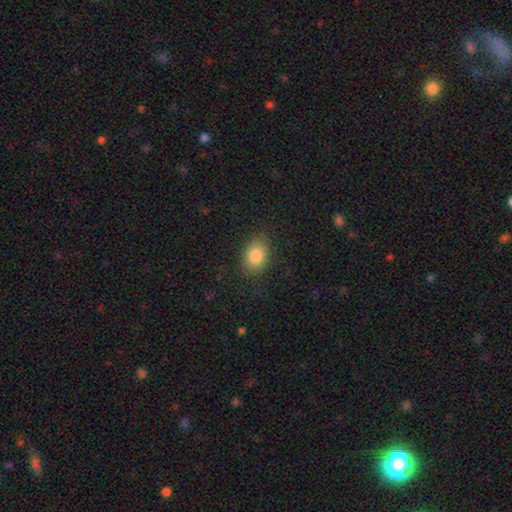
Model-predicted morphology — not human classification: Smooth or featured: smooth — 84% (star or artifact — 9%)
How rounded: in between — 75% (round — 24%)
Merging: none — 82% (minor disturbance — 13%)